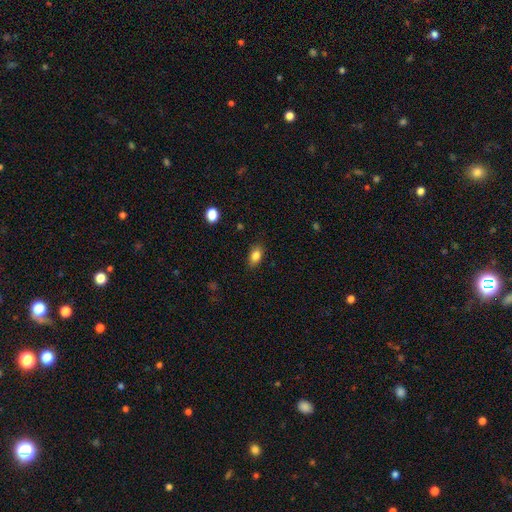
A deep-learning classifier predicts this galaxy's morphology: A smooth galaxy with no disk features (84%) that is in between round and cigar-shaped (85%). Merging: none (85%).